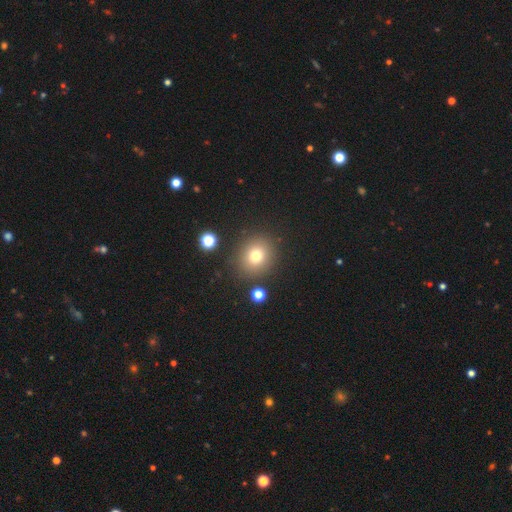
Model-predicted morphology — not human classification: Smooth or featured: smooth — 75% (star or artifact — 15%)
How rounded: round — 83% (in between — 16%)
Merging: none — 86% (minor disturbance — 8%)